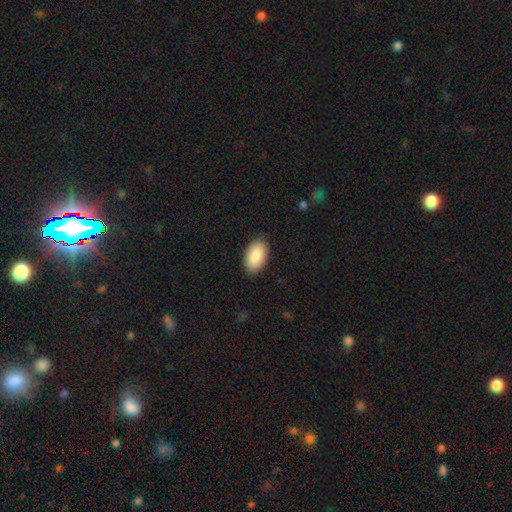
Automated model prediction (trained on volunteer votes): This is clearly a smooth galaxy (88%). How rounded: clearly in between (95%). Merging: clearly none (88%).